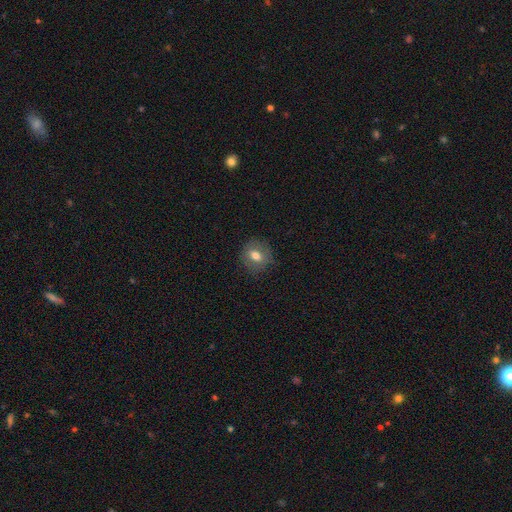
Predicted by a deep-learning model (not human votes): Q: Smooth or featured?
A: smooth (70%); runner-up: featured or disk (20%)
Q: How rounded?
A: round (67%); runner-up: in between (32%)
Q: Merging?
A: none (82%); runner-up: minor disturbance (13%)